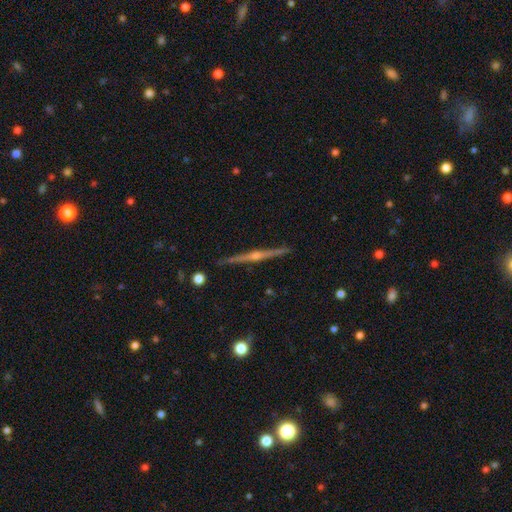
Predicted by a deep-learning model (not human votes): smooth_or_featured: featured or disk (p=0.87) [alt: smooth p=0.08]
disk_edge_on: yes (p=0.99) [alt: no p=0.01]
edge_on_bulge: rounded (p=0.87) [alt: none p=0.07]
merging: none (p=0.91) [alt: minor disturbance p=0.06]